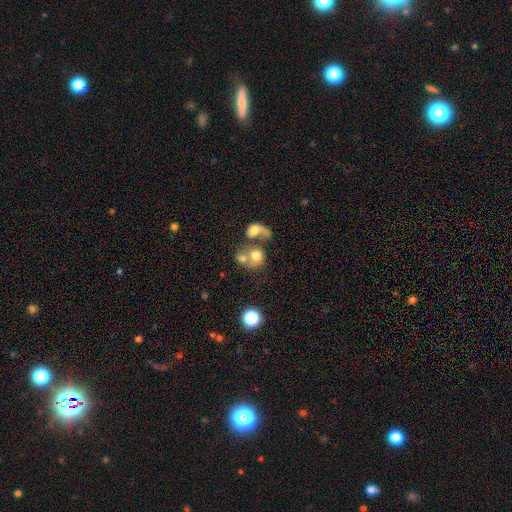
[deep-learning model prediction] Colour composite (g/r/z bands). It shows a smooth galaxy with no disk features (61%) that is round (68%). Merging: merger (63%).